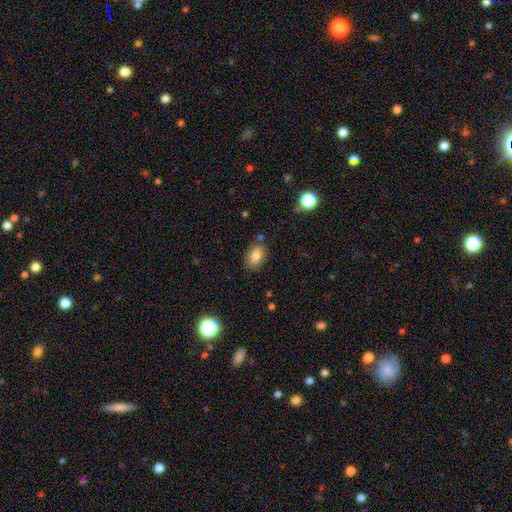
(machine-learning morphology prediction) smooth 81%, featured or disk 10%, star or artifact 9%. Down the decision tree: how rounded — in between (84%); merging — none (80%).